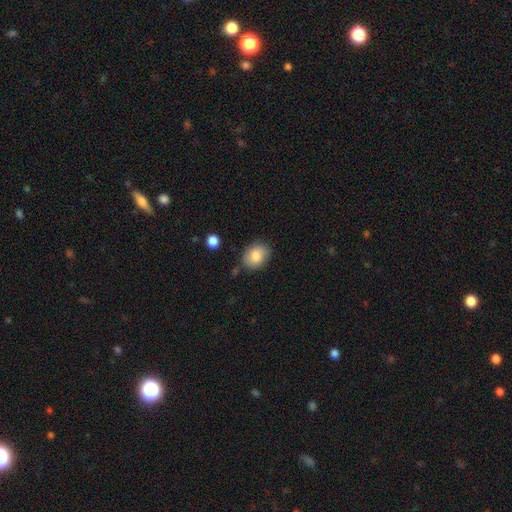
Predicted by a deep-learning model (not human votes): smooth_or_featured: smooth (p=0.84) [alt: featured or disk p=0.08]
how_rounded: in between (p=0.62) [alt: round p=0.37]
merging: none (p=0.77) [alt: minor disturbance p=0.16]